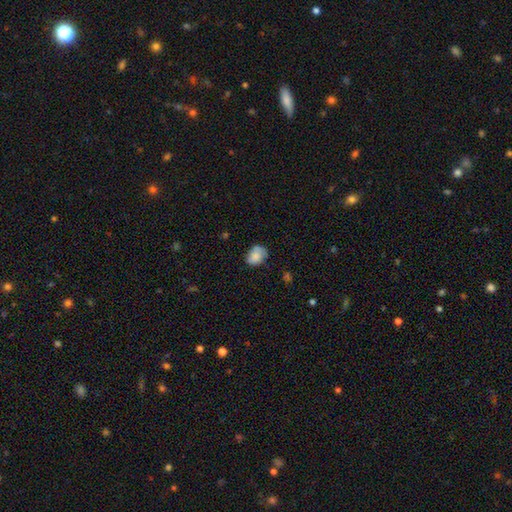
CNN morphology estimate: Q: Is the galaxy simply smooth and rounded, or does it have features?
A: smooth — 76%.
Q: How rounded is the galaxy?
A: in between — 62%.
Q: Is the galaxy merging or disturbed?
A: none — 60%.